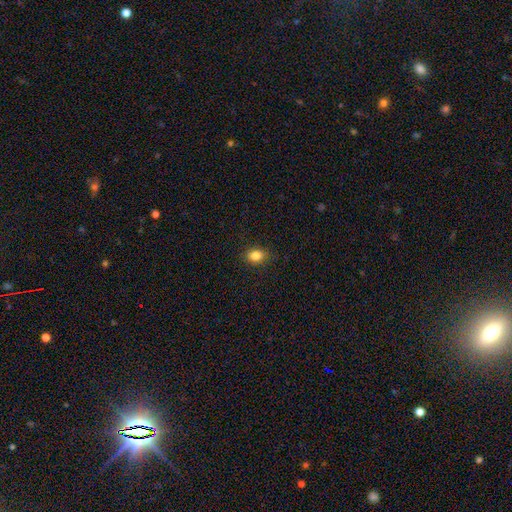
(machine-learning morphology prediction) This appears to be a smooth galaxy with no disk features (84%) that is in between round and cigar-shaped (60%). Merging: none (87%).